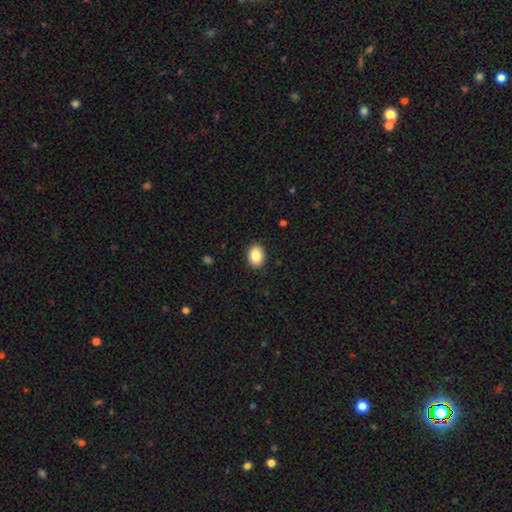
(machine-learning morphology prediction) Overall: smooth (88%). How rounded: in between (72%). Merging: none (90%).